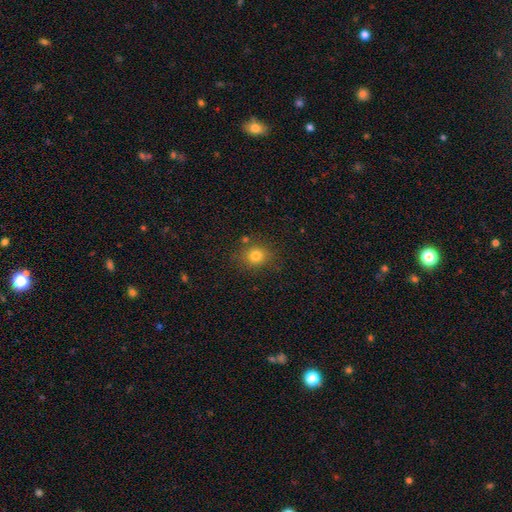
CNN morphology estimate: Smooth or featured: smooth — 79% (star or artifact — 13%)
How rounded: round — 79% (in between — 20%)
Merging: none — 80% (minor disturbance — 11%)